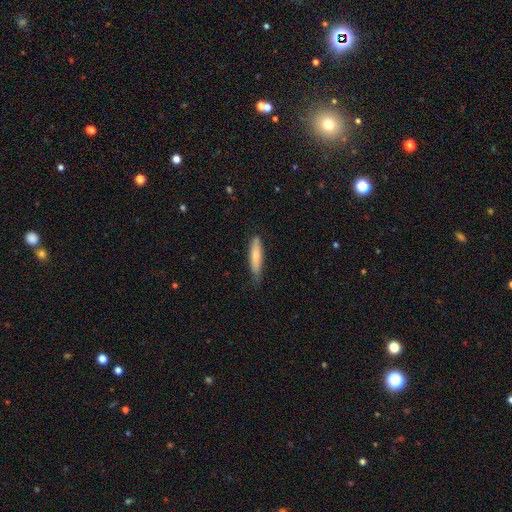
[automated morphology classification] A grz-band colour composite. It shows a smooth galaxy with no disk features (72%) that is cigar-shaped (81%). Merging: none (72%).